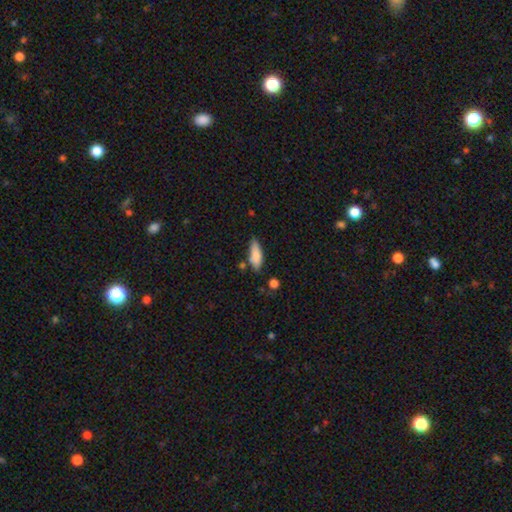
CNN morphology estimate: smooth_or_featured: smooth (p=0.82) [alt: featured or disk p=0.11]
how_rounded: in between (p=0.60) [alt: cigar-shaped p=0.38]
merging: none (p=0.71) [alt: minor disturbance p=0.19]